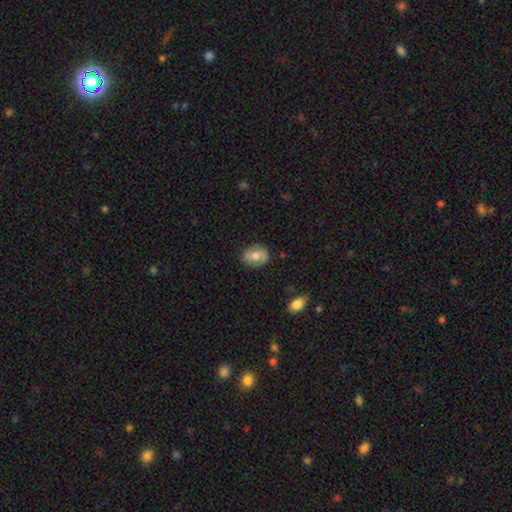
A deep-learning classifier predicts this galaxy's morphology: smooth 67%, featured or disk 25%, star or artifact 7%. Down the decision tree: how rounded — in between (66%); merging — none (81%).